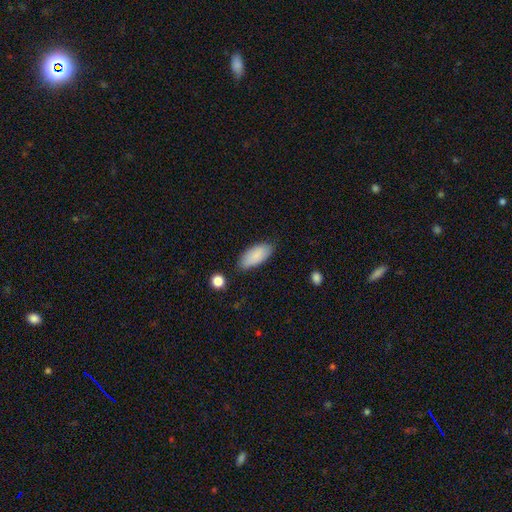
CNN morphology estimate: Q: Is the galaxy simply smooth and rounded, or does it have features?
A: smooth — 87%.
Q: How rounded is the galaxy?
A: in between — 89%.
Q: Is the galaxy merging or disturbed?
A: none — 80%.